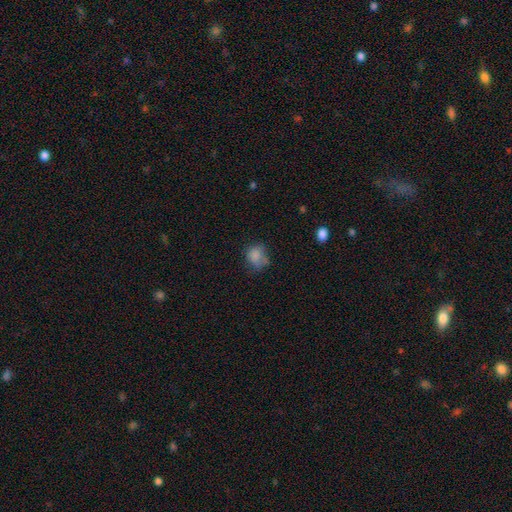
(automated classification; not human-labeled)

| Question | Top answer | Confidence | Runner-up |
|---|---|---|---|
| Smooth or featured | smooth | 79% | star or artifact (11%) |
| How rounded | round | 59% | in between (40%) |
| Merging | none | 48% | minor disturbance (31%) |